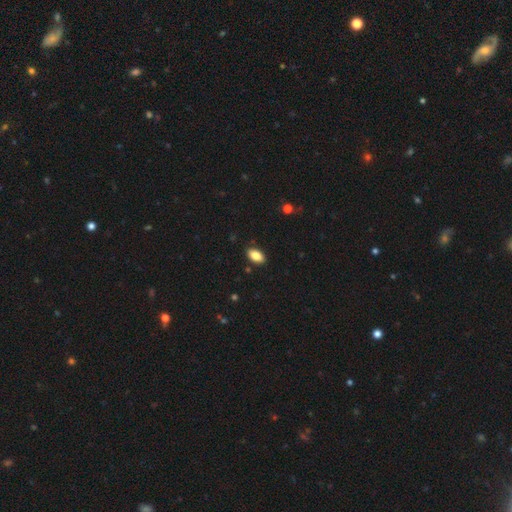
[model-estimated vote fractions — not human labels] This is clearly a smooth galaxy (85%). How rounded: clearly in between (93%). Merging: clearly none (88%).